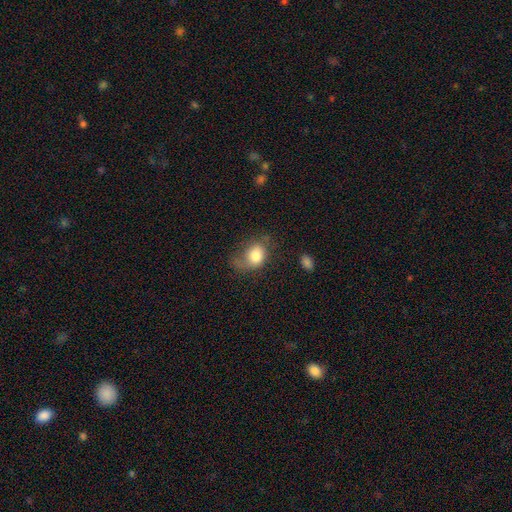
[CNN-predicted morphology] Smooth or featured? Predicted: smooth (p=0.74). How rounded? Predicted: in between (p=0.59). Merging? Predicted: none (p=0.36).